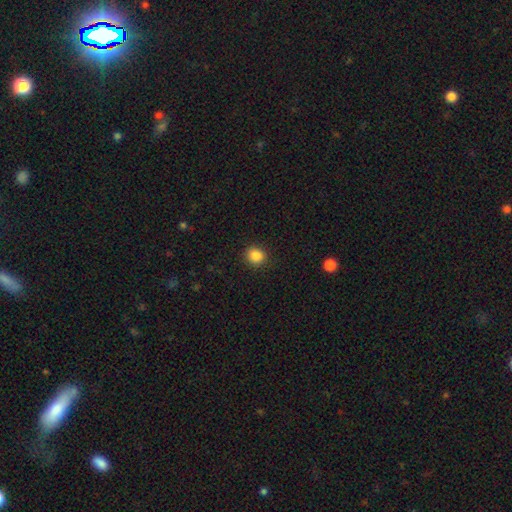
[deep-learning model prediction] The model was most divided on "how rounded": round: 77%, in between: 22%, cigar-shaped: 1%. More confident: merging — none (88%); smooth or featured — smooth (87%).